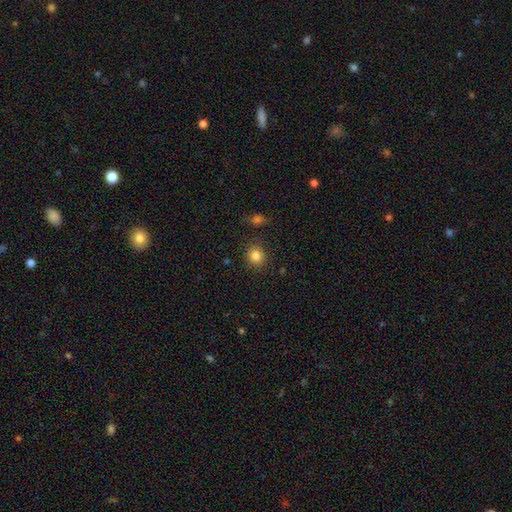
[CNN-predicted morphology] A smooth galaxy with no disk features (84%) that is round (83%). Merging: none (84%).